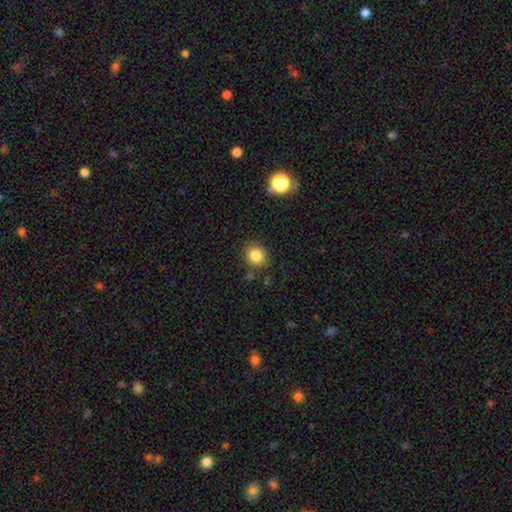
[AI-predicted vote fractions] smooth-or-featured: smooth: 84% | star or artifact: 11% | featured or disk: 5%
  how-rounded: round: 76% | in between: 23% | cigar-shaped: 1%
  merging: none: 83% | minor disturbance: 11% | merger: 3% | major disturbance: 3%